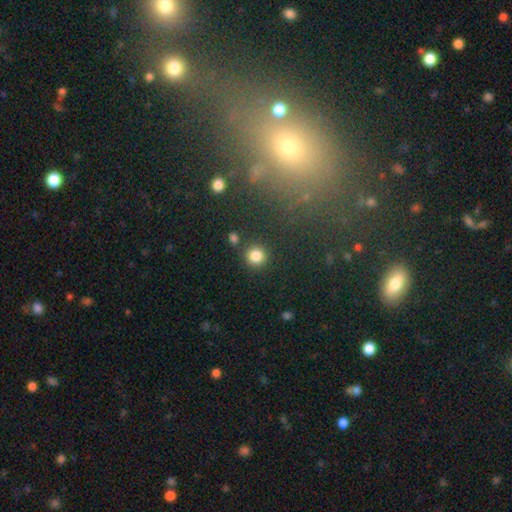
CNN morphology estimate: Smooth or featured?
  - smooth: 84% *
  - star or artifact: 12%
  - featured or disk: 5%
How rounded?
  - round: 93% *
  - in between: 6%
  - cigar-shaped: 1%
Merging?
  - none: 86% *
  - minor disturbance: 7%
  - merger: 4%
  - major disturbance: 3%